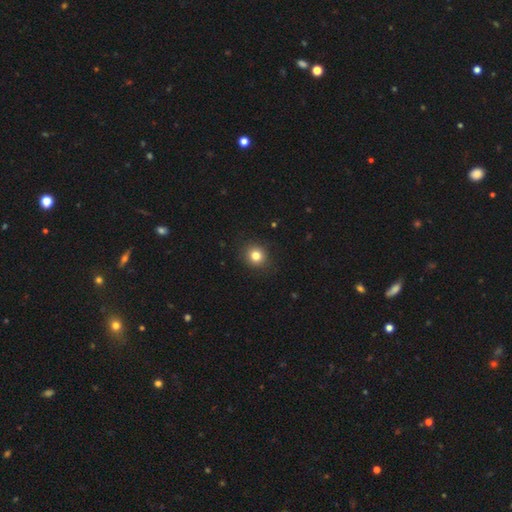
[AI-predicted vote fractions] A smooth galaxy with no disk features (81%) that is round (86%).

Vote fractions:
- Smooth or featured? smooth: 81% / star or artifact: 12% / featured or disk: 7%
- How rounded? round: 86% / in between: 13% / cigar-shaped: 1%
- Merging? none: 90% / minor disturbance: 7% / major disturbance: 2% / merger: 1%